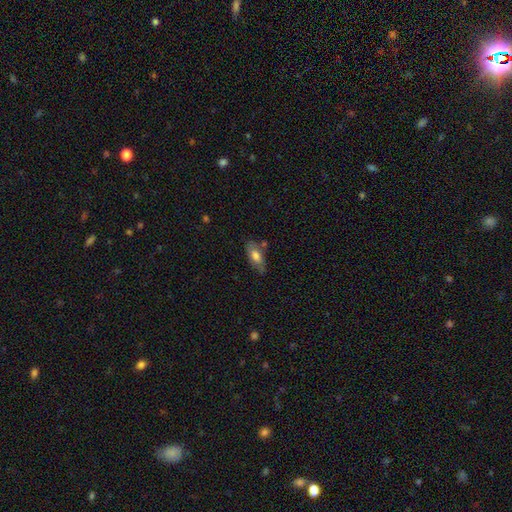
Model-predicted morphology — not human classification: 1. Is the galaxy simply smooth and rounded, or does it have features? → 68% smooth, 26% featured or disk, 6% star or artifact.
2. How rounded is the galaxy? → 85% in between, 12% cigar-shaped, 3% round.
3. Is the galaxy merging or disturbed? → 67% none, 22% minor disturbance, 7% merger, 5% major disturbance.